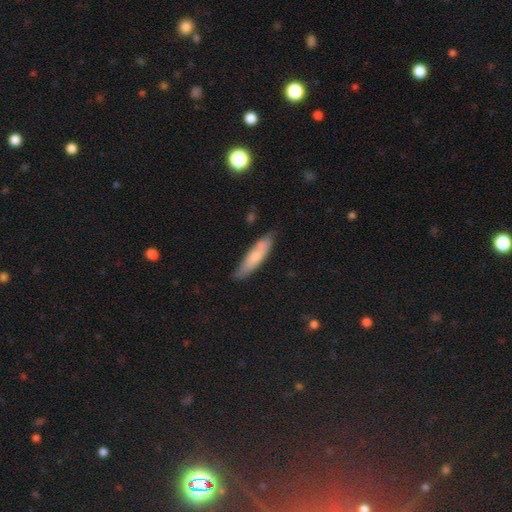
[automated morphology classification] Q: Smooth or featured?
A: smooth (70%); runner-up: featured or disk (23%)
Q: How rounded?
A: cigar-shaped (74%); runner-up: in between (25%)
Q: Merging?
A: none (73%); runner-up: minor disturbance (19%)